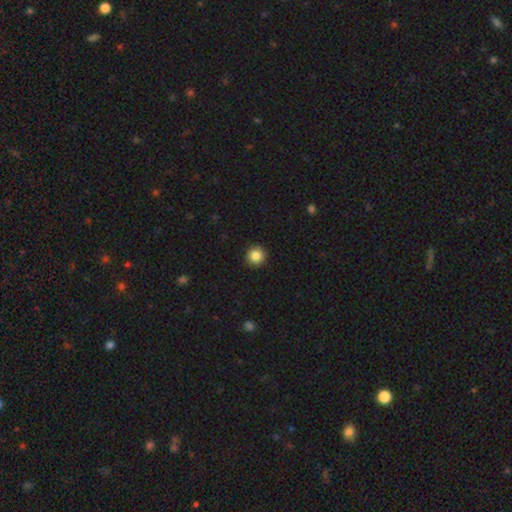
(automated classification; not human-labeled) smooth_or_featured: smooth (p=0.86) [alt: star or artifact p=0.10]
how_rounded: round (p=0.95) [alt: in between p=0.04]
merging: none (p=0.93) [alt: minor disturbance p=0.05]